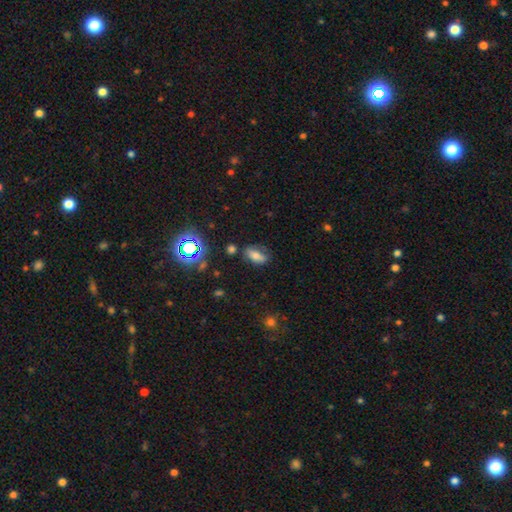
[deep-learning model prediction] smooth 66%, featured or disk 18%, star or artifact 15%. Down the decision tree: how rounded — in between (81%); merging — none (69%).